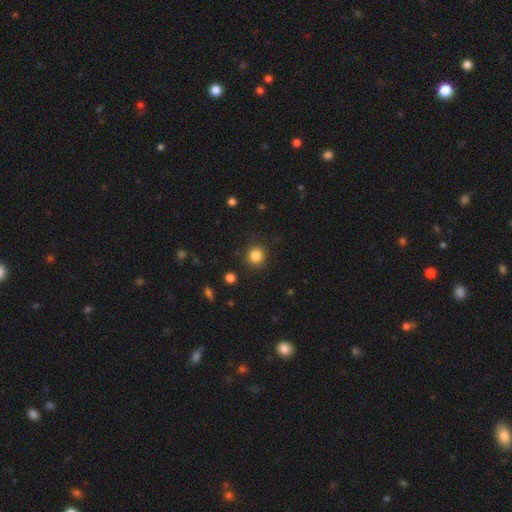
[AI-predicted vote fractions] smooth-or-featured: smooth: 84% | star or artifact: 12% | featured or disk: 4%
  how-rounded: round: 93% | in between: 6% | cigar-shaped: 1%
  merging: none: 90% | minor disturbance: 6% | major disturbance: 2% | merger: 1%